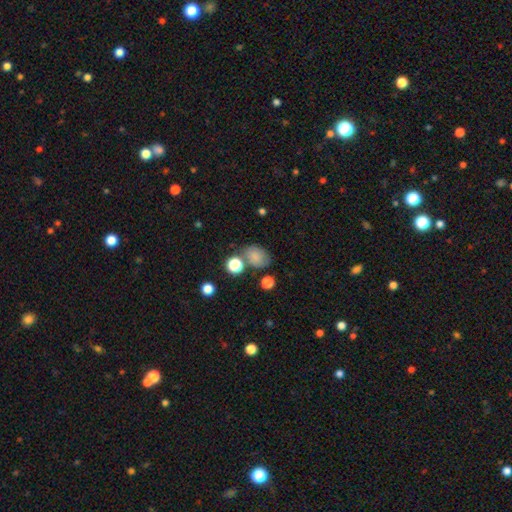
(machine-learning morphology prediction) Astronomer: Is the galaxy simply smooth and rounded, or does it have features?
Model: smooth — 78%.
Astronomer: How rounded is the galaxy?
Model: in between — 63%.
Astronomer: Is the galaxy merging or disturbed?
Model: none — 63%.